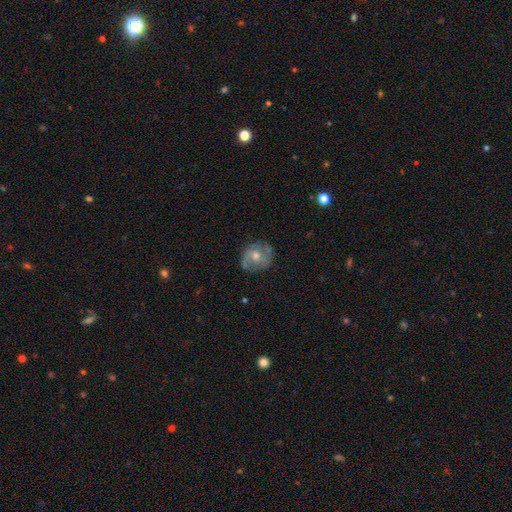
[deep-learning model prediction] featured or disk 60%, smooth 30%, star or artifact 10%. Down the decision tree: edge-on disk — no (96%); bar — no (68%); spiral arms — yes (76%); bulge size — moderate (68%); merging — none (74%).